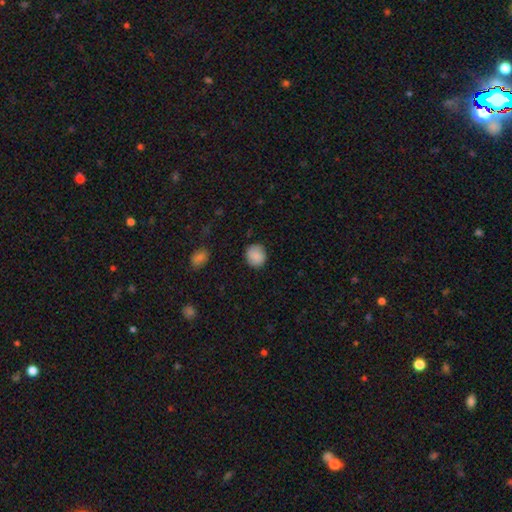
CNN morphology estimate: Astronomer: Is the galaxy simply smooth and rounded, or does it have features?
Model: smooth — 88%.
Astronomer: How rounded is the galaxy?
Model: round — 83%.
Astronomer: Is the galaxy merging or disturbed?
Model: none — 86%.